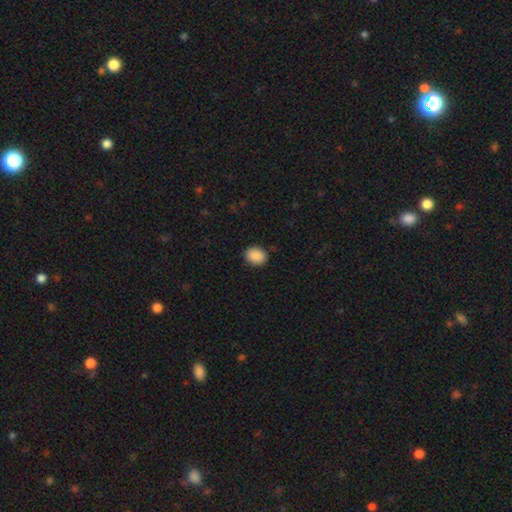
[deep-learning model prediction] This appears to be a smooth galaxy with no disk features (90%) that is in between round and cigar-shaped (52%). Merging: none (88%).